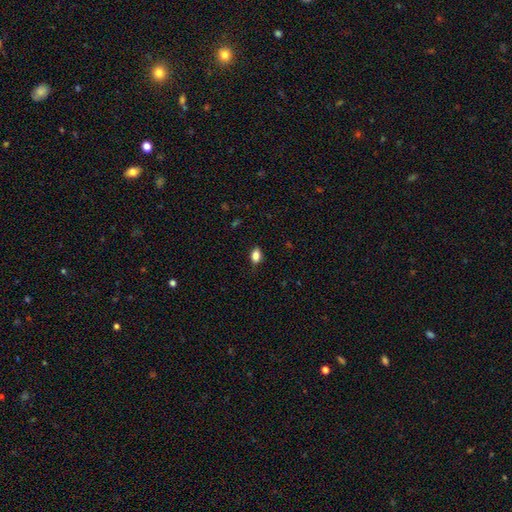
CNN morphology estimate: Smooth or featured? Predicted: smooth (p=0.85). How rounded? Predicted: in between (p=0.82). Merging? Predicted: none (p=0.82).